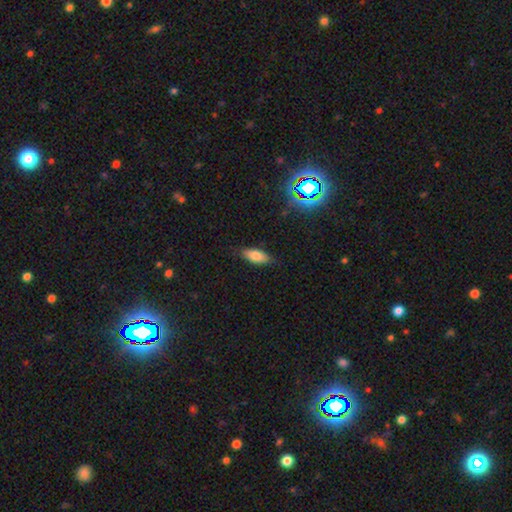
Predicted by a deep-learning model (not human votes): Smooth or featured: smooth — 77% (featured or disk — 14%)
How rounded: in between — 81% (cigar-shaped — 16%)
Merging: none — 84% (minor disturbance — 12%)